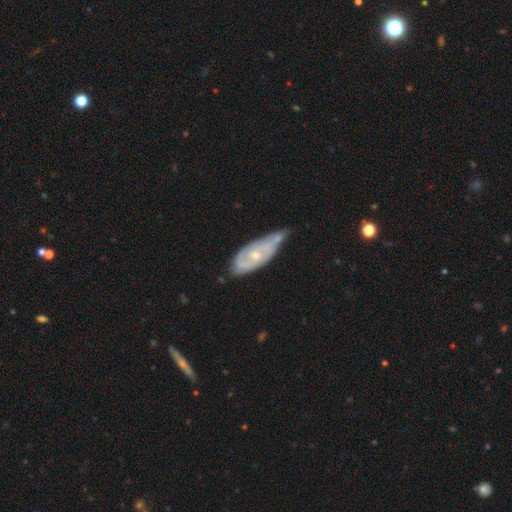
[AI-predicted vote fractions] Smooth or featured?
  - featured or disk: 68% *
  - smooth: 26%
  - star or artifact: 6%
Edge-on disk?
  - no: 88% *
  - yes: 12%
Bar?
  - no: 71% *
  - weak: 24%
  - strong: 5%
Spiral arms?
  - yes: 69% *
  - no: 31%
Bulge size?
  - small: 56% *
  - moderate: 40%
  - none: 1%
  - large: 1%
  - dominant: 1%
Merging?
  - minor disturbance: 40% *
  - none: 36%
  - major disturbance: 12%
  - merger: 12%